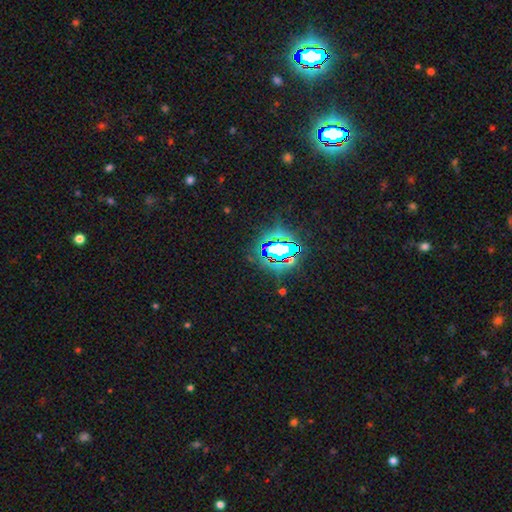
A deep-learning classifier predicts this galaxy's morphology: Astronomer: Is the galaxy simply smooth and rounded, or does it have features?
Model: star or artifact — 83%.